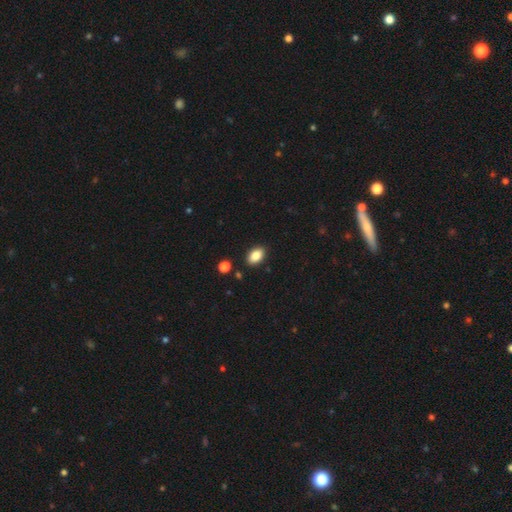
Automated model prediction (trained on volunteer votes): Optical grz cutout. It shows a smooth galaxy with no disk features (86%) that is in between round and cigar-shaped (91%). Merging: none (87%).